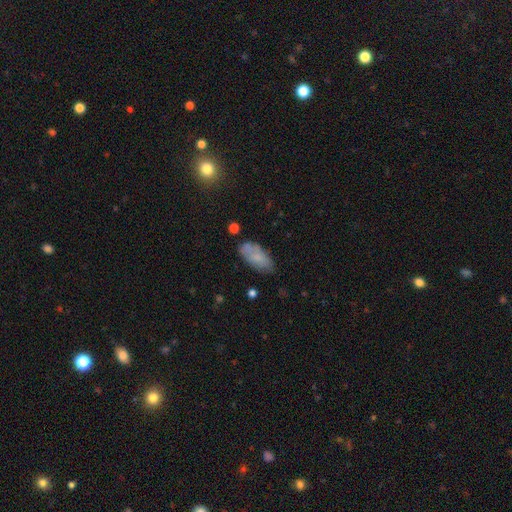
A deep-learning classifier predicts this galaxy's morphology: Q: Smooth or featured?
A: smooth (72%); runner-up: featured or disk (20%)
Q: How rounded?
A: in between (89%); runner-up: cigar-shaped (8%)
Q: Merging?
A: none (68%); runner-up: minor disturbance (22%)